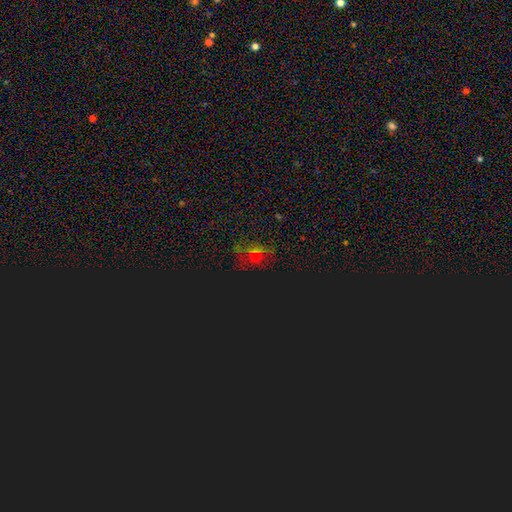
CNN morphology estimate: star or artifact 65%, smooth 22%, featured or disk 12%.